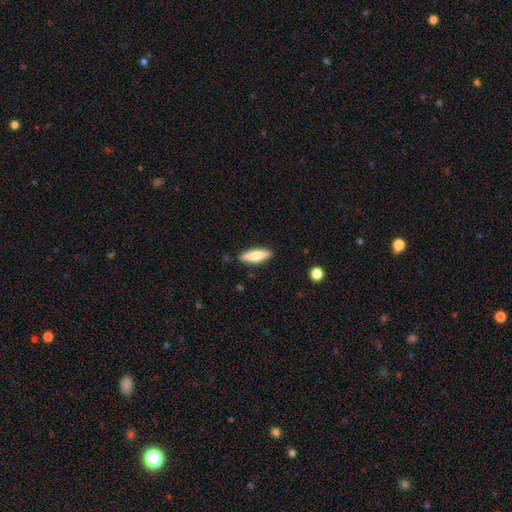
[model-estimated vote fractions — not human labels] This appears to be a smooth galaxy with no disk features (72%) that is cigar-shaped (54%). Merging: none (87%).